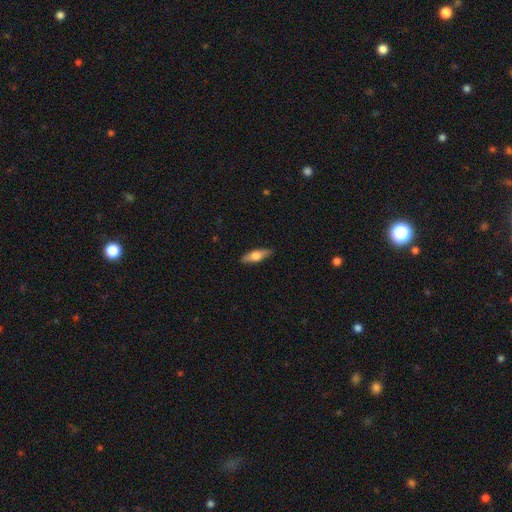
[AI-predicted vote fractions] Q: Smooth or featured?
A: smooth (59%); runner-up: featured or disk (35%)
Q: How rounded?
A: in between (54%); runner-up: cigar-shaped (44%)
Q: Merging?
A: none (89%); runner-up: minor disturbance (8%)